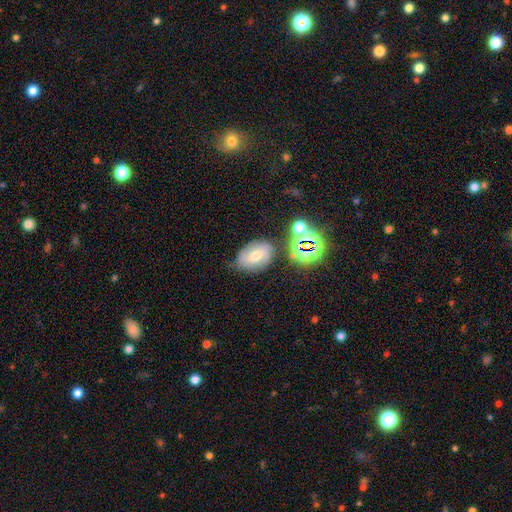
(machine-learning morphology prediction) Smooth or featured?
  - smooth: 42% *
  - featured or disk: 37%
  - star or artifact: 21%
Merging?
  - none: 70% *
  - minor disturbance: 20%
  - major disturbance: 6%
  - merger: 5%